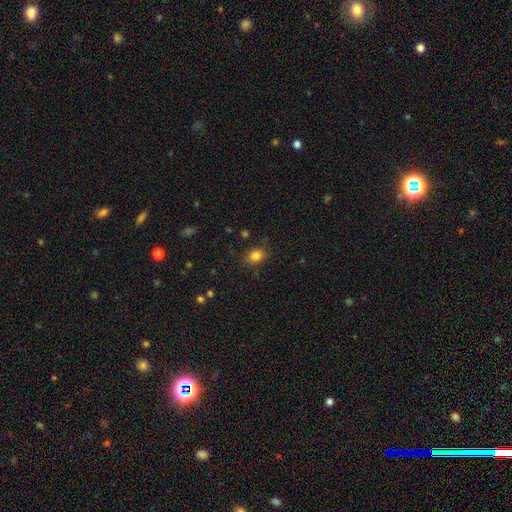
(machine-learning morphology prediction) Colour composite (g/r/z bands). It shows a smooth galaxy with no disk features (83%) that is in between round and cigar-shaped (66%). Merging: none (83%).